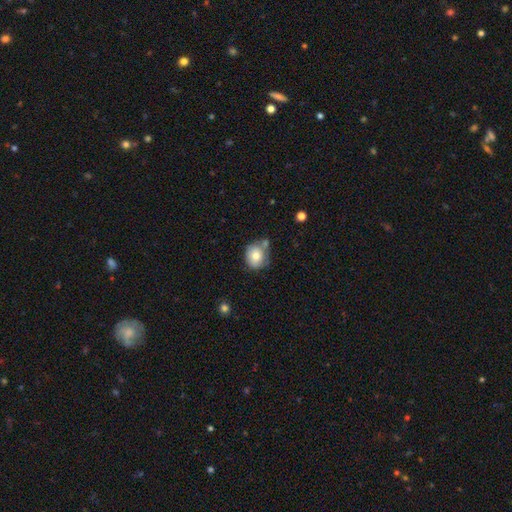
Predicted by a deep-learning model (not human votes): This appears to be a smooth galaxy with no disk features (76%) that is round (69%). Merging: none (52%).